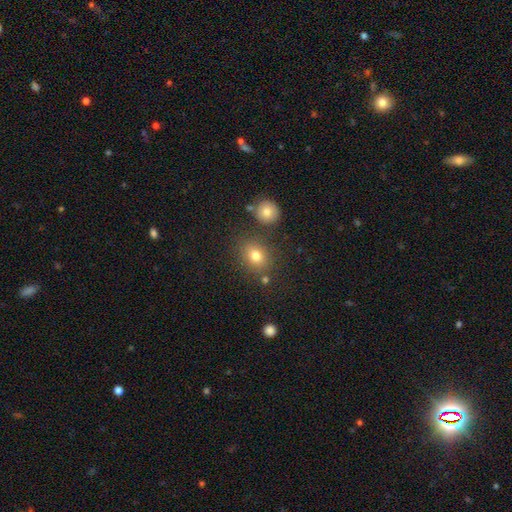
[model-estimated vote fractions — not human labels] A smooth galaxy with no disk features (77%) that is round (59%). Merging: none (78%).